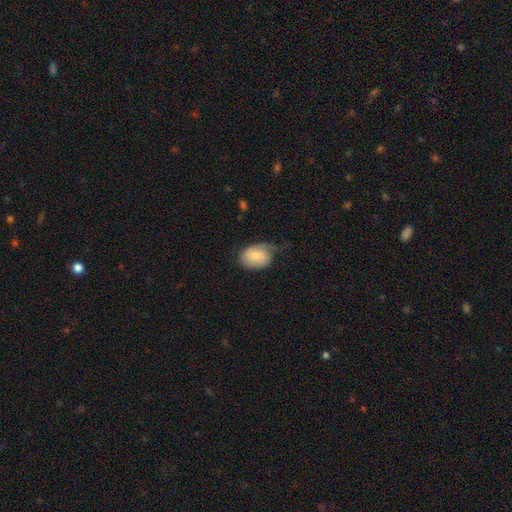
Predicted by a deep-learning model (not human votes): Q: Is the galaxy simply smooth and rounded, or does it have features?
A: smooth — 74%.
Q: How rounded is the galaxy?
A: in between — 75%.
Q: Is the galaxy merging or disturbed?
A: none — 43%.